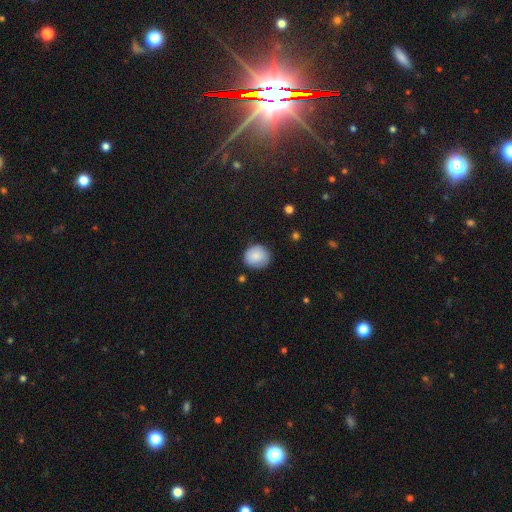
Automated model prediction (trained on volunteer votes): This is clearly a smooth galaxy (85%). How rounded: clearly round (82%). Merging: clearly none (80%).